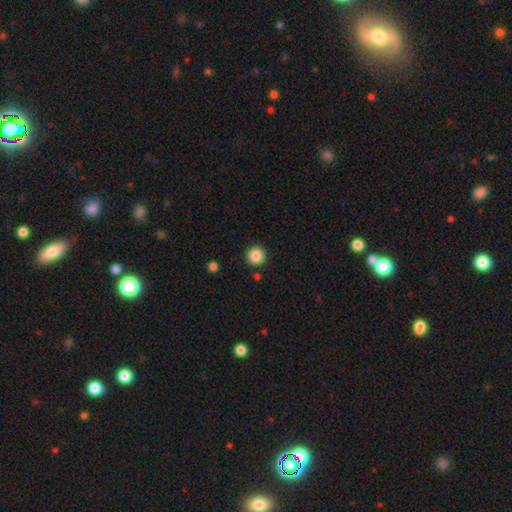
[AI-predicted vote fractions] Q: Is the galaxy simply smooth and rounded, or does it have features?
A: smooth — 87%.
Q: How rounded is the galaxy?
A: round — 96%.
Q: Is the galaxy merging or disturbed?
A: none — 91%.